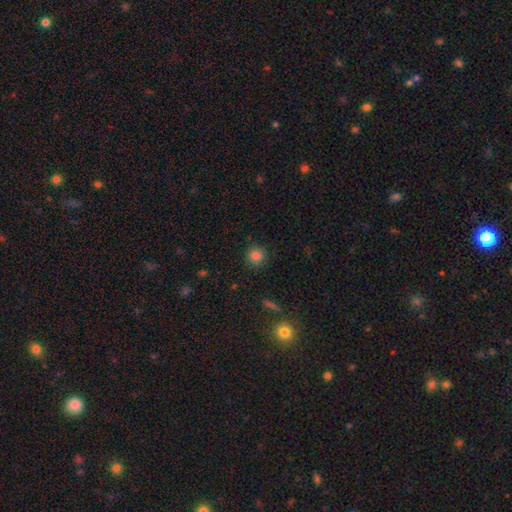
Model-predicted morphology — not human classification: Smooth or featured?
  - smooth: 83% *
  - star or artifact: 13%
  - featured or disk: 4%
How rounded?
  - round: 92% *
  - in between: 7%
  - cigar-shaped: 1%
Merging?
  - none: 88% *
  - minor disturbance: 8%
  - major disturbance: 3%
  - merger: 1%